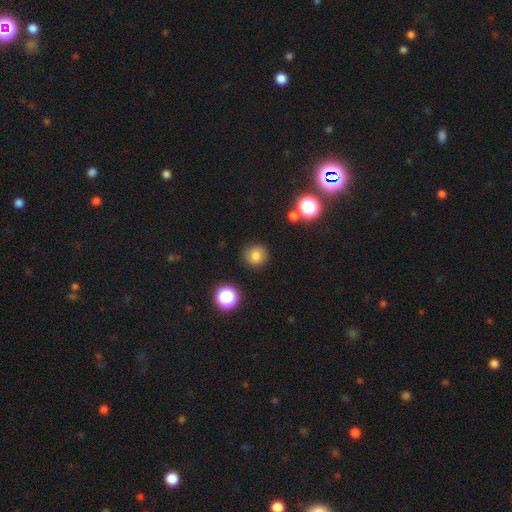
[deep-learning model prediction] Morphology: type=smooth (79%); roundness=round (92%); merging=none (89%).